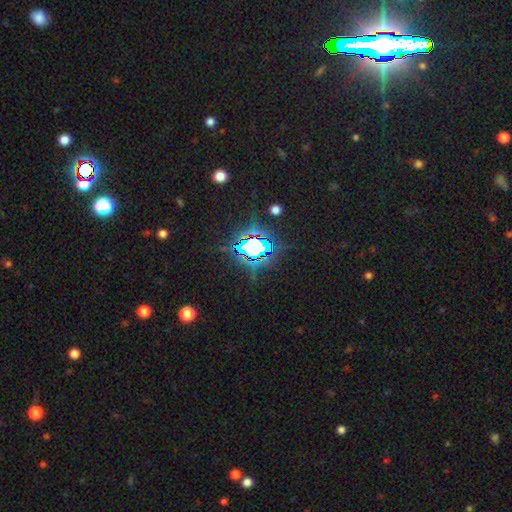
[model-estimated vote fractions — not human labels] Overall: star or artifact (71%).